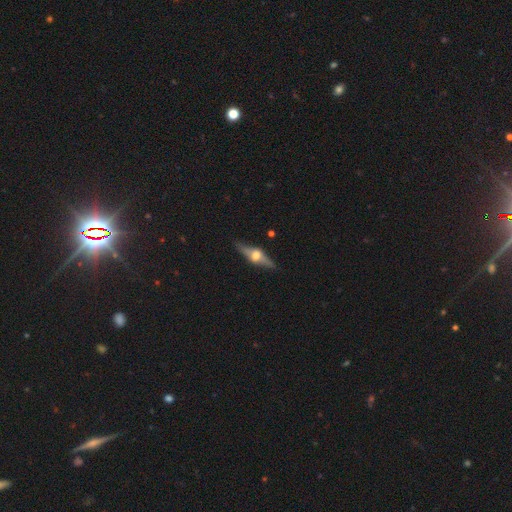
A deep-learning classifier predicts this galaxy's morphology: Overall: featured or disk (75%). Edge-on disk: yes (95%). Edge-on bulge: rounded (96%). Merging: none (86%).